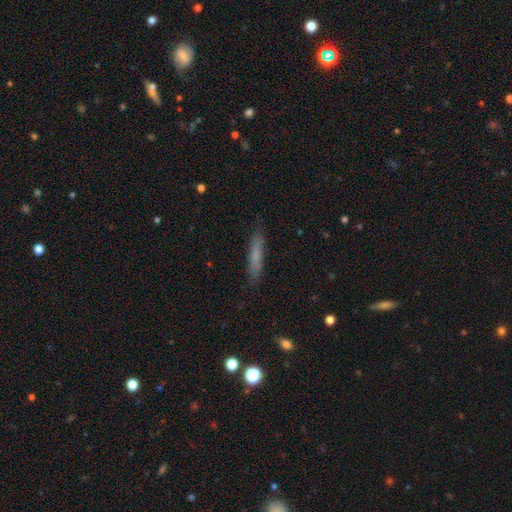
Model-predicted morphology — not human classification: A smooth galaxy with no disk features (71%) that is cigar-shaped (89%).

Vote fractions:
- Smooth or featured? smooth: 71% / featured or disk: 22% / star or artifact: 7%
- How rounded? cigar-shaped: 89% / in between: 10% / round: 2%
- Merging? none: 86% / minor disturbance: 10% / major disturbance: 2% / merger: 1%